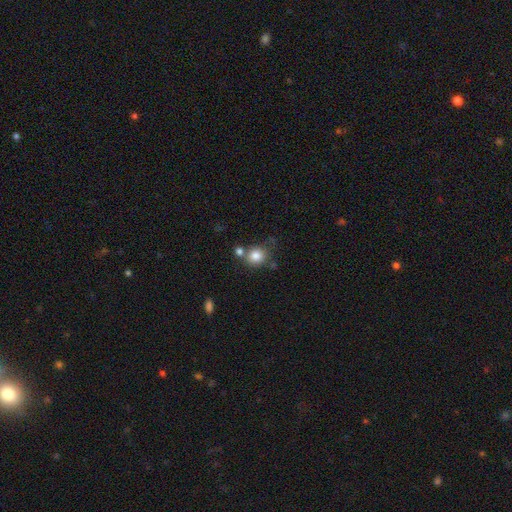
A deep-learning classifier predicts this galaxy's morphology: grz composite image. It shows a smooth galaxy with no disk features (82%) that is round (79%). Merging: none (60%).